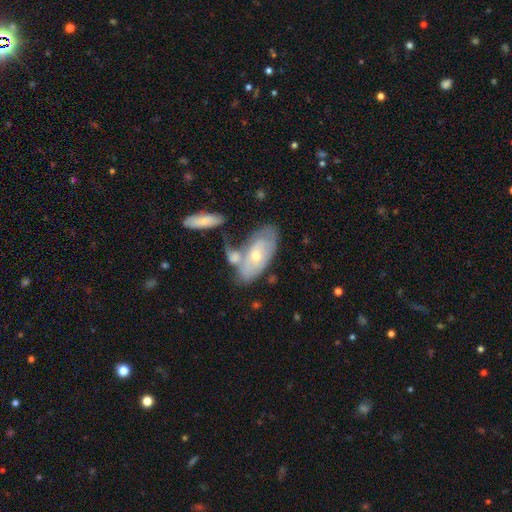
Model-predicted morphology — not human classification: This is possibly a featured or disk galaxy (54%). It is clearly not viewed edge-on (85%). Merging: marginally none (44%).